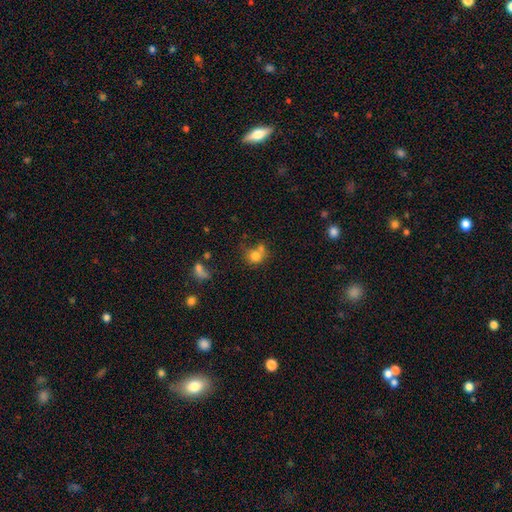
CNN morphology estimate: smooth_or_featured: smooth (p=0.76) [alt: star or artifact p=0.12]
how_rounded: round (p=0.73) [alt: in between p=0.26]
merging: none (p=0.42) [alt: merger p=0.32]